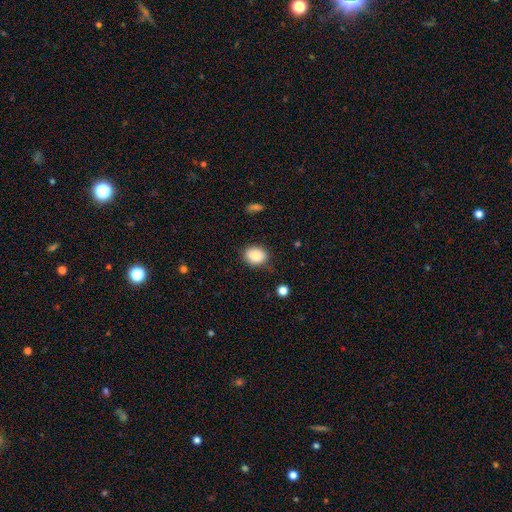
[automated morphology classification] This appears to be a smooth galaxy with no disk features (86%) that is in between round and cigar-shaped (54%). Merging: none (80%).